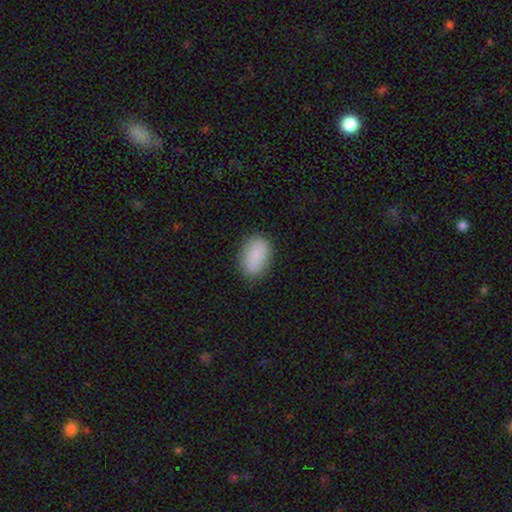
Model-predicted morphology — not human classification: smooth 86%, star or artifact 7%, featured or disk 7%. Down the decision tree: how rounded — in between (87%); merging — none (81%).